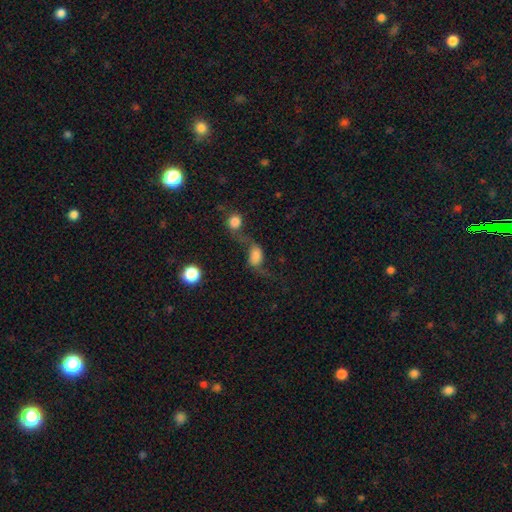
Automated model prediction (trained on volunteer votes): This is possibly a smooth galaxy (59%). How rounded: likely in between (75%). Merging: marginally merger (40%).